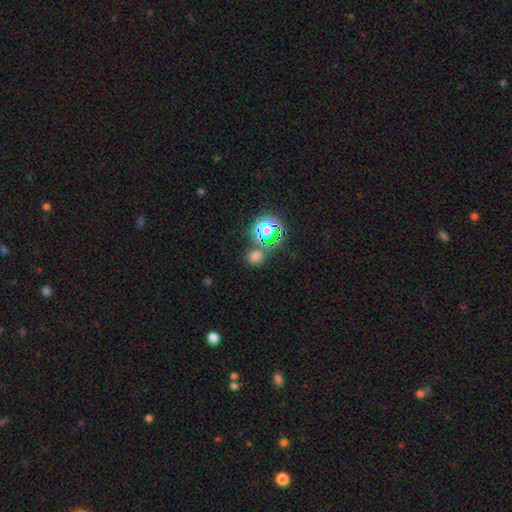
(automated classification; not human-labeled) smooth 63%, star or artifact 31%, featured or disk 6%. Down the decision tree: how rounded — round (75%); merging — none (75%).